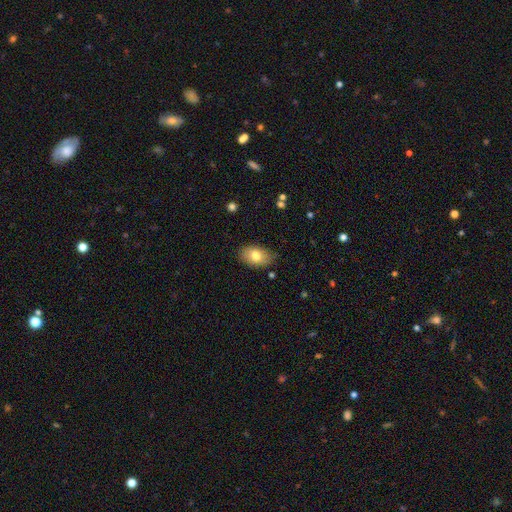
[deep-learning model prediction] Smooth or featured? smooth (78%)
How rounded? in between (89%)
Merging? none (81%)